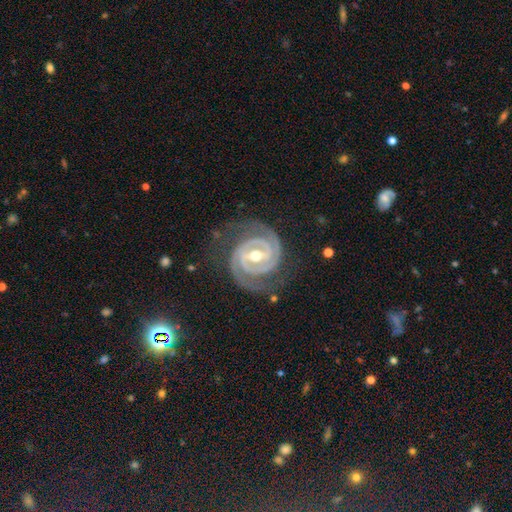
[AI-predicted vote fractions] This is clearly a featured or disk galaxy (93%). It is clearly not viewed edge-on (97%). Bar: possibly strong (54%). Spiral arm pattern: clearly yes (99%). Spiral arm count: clearly 2 (85%). Spiral winding: likely tight (76%). Central bulge: likely moderate (65%). Merging: likely none (76%).